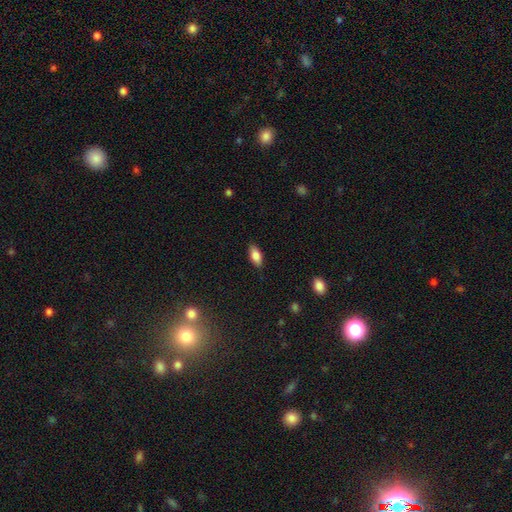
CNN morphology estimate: Overall: smooth (83%). How rounded: in between (87%). Merging: none (86%).